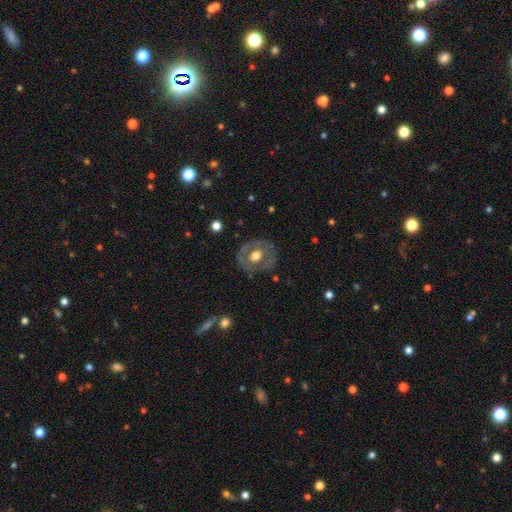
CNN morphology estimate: Overall: featured or disk (53%; smooth 41%). Edge-on disk: no (95%). Bar: no (83%). Spiral arms: no (86%). Bulge size: moderate (60%; large 32%). Merging: none (78%).